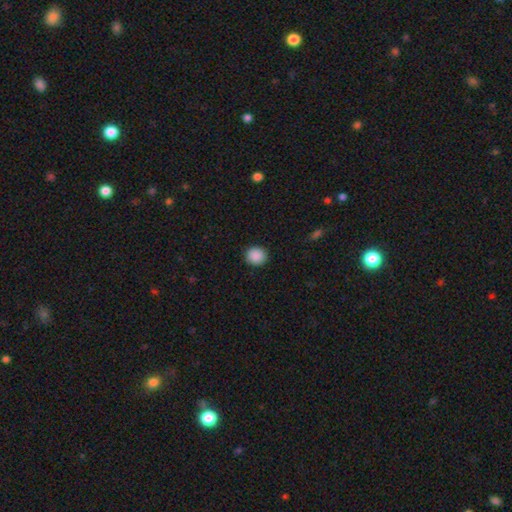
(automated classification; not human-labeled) smooth-or-featured: smooth: 90% | star or artifact: 8% | featured or disk: 2%
  how-rounded: round: 87% | in between: 12% | cigar-shaped: 1%
  merging: none: 91% | minor disturbance: 6% | major disturbance: 2% | merger: 1%